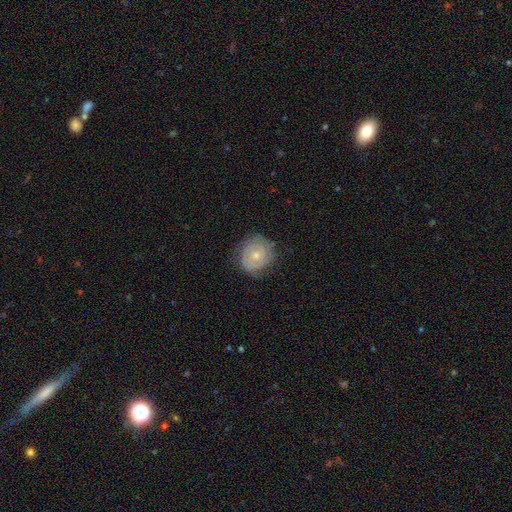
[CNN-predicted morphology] The model was most divided on "bulge size": small: 52%, moderate: 44%, none: 2%, large: 1%, dominant: 1%. More confident: edge-on disk — no (98%); spiral arms — yes (88%); merging — none (78%); bar — no (76%); spiral winding — tight (75%); smooth or featured — featured or disk (70%); spiral arm count — 2 (55%).